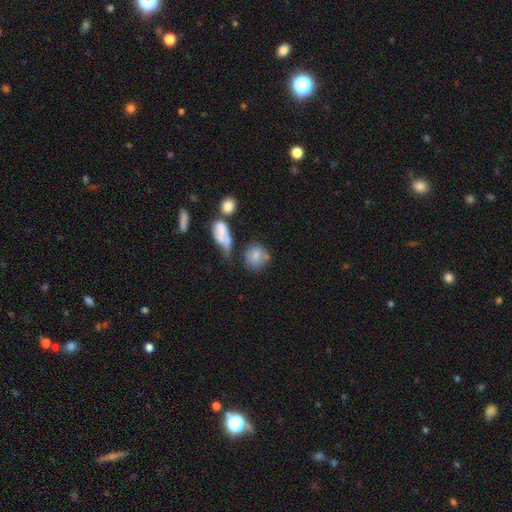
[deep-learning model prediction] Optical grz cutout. It shows a smooth galaxy with no disk features (77%) that is round (73%). Merging: none (49%).